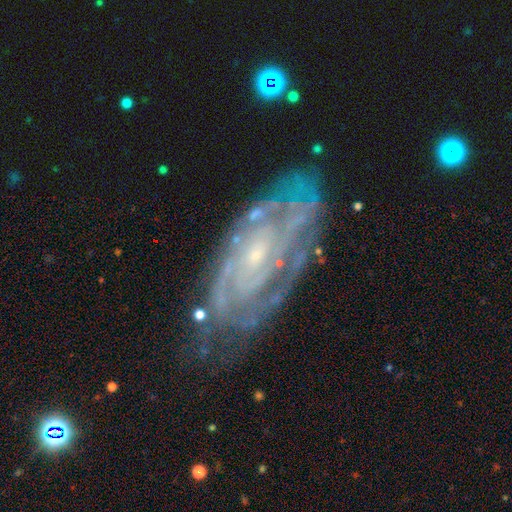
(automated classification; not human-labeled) The model was most divided on "spiral arm count": can't tell: 40%, 2: 19%, 3: 14%, 4: 13%, more than 4: 8%, 1: 6%. More confident: spiral arms — yes (95%); edge-on disk — no (93%); smooth or featured — featured or disk (86%); bulge size — small (80%); spiral winding — tight (75%); merging — none (72%); bar — no (63%).